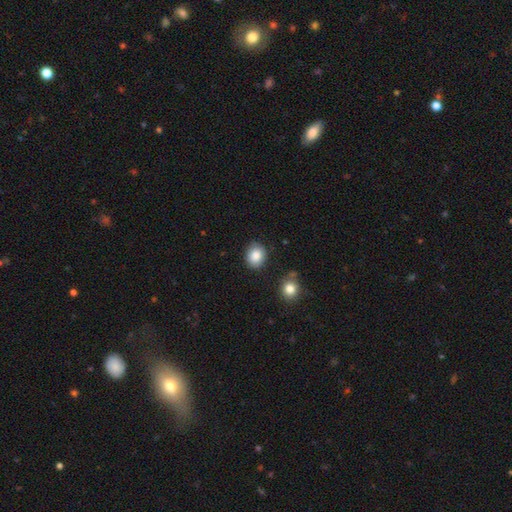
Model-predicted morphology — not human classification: The model was most divided on "how rounded": round: 61%, in between: 39%, cigar-shaped: 1%. More confident: smooth or featured — smooth (86%); merging — none (84%).